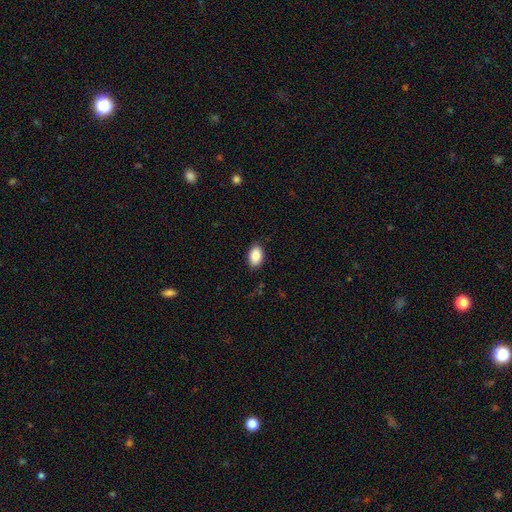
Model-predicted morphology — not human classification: Smooth or featured: smooth — 89% (star or artifact — 7%)
How rounded: in between — 90% (round — 9%)
Merging: none — 86% (minor disturbance — 11%)